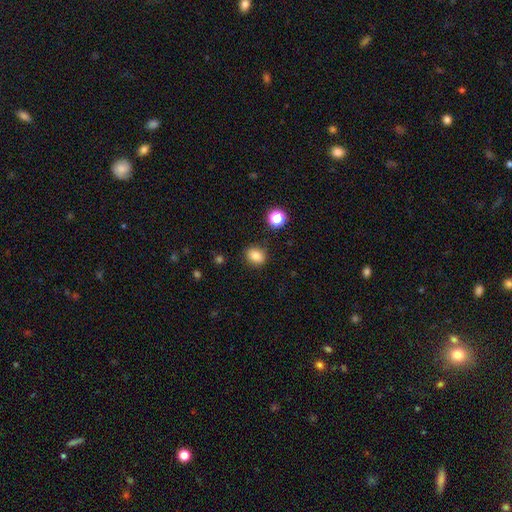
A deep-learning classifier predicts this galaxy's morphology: A smooth galaxy with no disk features (82%) that is round (59%). Merging: none (85%).